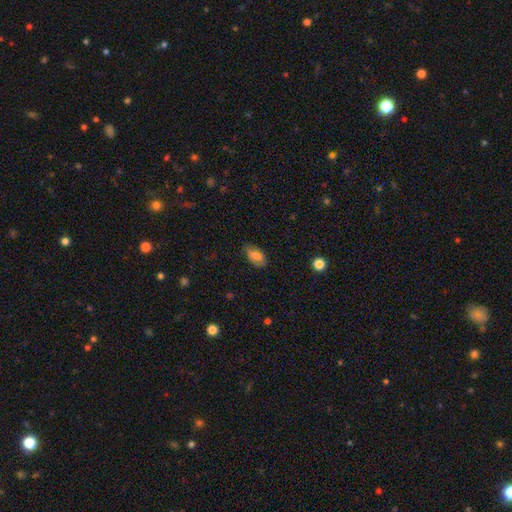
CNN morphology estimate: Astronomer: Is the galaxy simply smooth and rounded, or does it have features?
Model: smooth — 76%.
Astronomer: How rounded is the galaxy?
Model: in between — 92%.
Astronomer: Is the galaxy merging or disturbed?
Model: none — 75%.